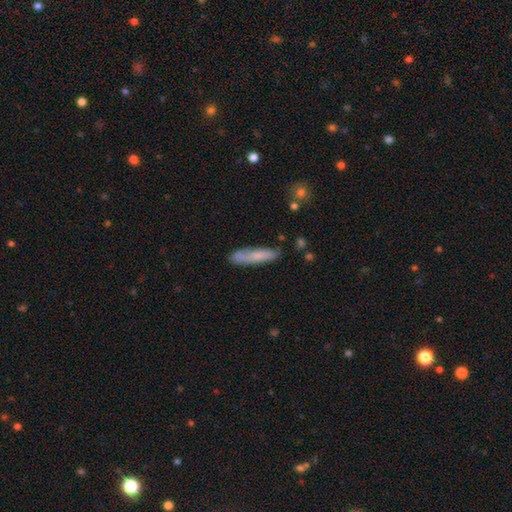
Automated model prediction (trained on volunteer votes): smooth-or-featured: smooth: 70% | featured or disk: 23% | star or artifact: 7%
  how-rounded: cigar-shaped: 83% | in between: 15% | round: 2%
  merging: none: 76% | minor disturbance: 17% | merger: 4% | major disturbance: 3%